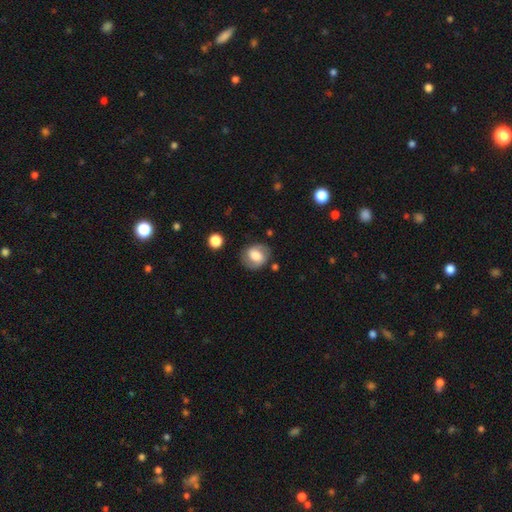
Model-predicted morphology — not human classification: Q: Smooth or featured?
A: smooth (57%); runner-up: featured or disk (35%)
Q: How rounded?
A: round (59%); runner-up: in between (40%)
Q: Merging?
A: none (76%); runner-up: minor disturbance (16%)